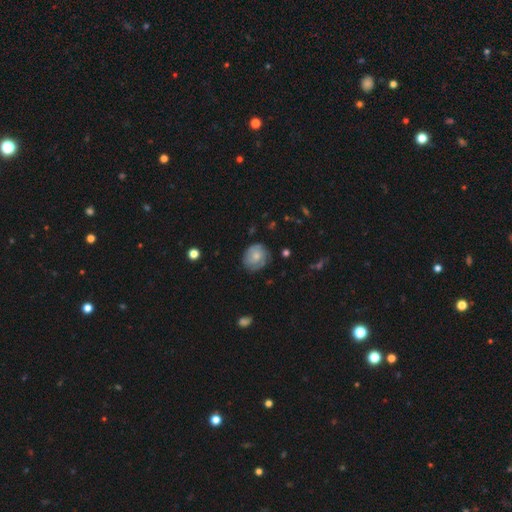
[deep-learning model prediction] smooth 48%, featured or disk 45%, star or artifact 7%. Down the decision tree: merging — none (72%).